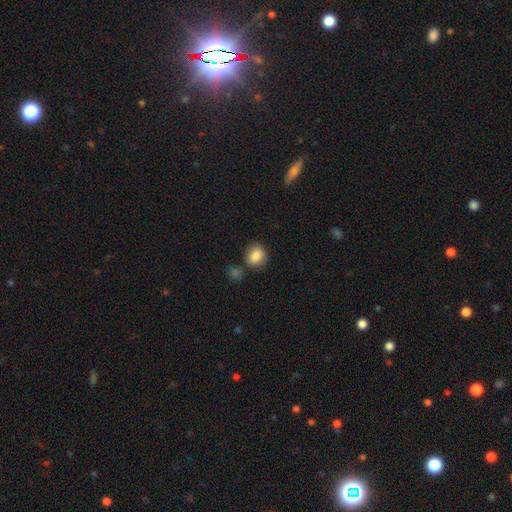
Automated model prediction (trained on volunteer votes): This appears to be a smooth galaxy with no disk features (86%) that is round (65%). Merging: none (70%).